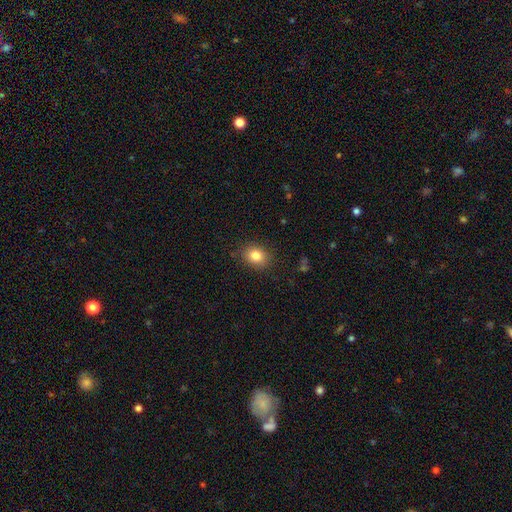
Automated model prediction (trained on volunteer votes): Q: Smooth or featured?
A: smooth (83%); runner-up: star or artifact (10%)
Q: How rounded?
A: round (54%); runner-up: in between (46%)
Q: Merging?
A: none (86%); runner-up: minor disturbance (10%)